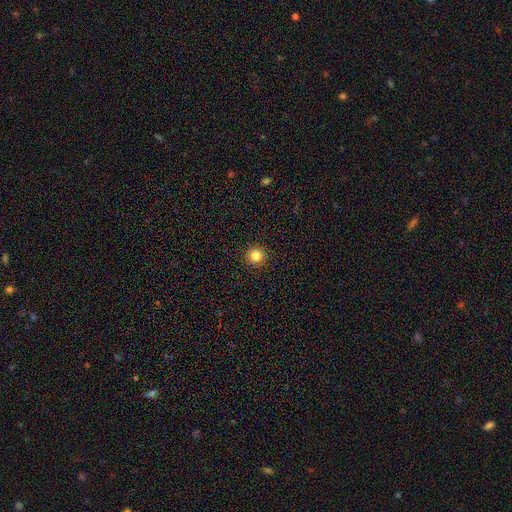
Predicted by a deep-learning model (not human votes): The model was most divided on "smooth or featured": smooth: 83%, star or artifact: 12%, featured or disk: 5%. More confident: how rounded — round (95%); merging — none (93%).